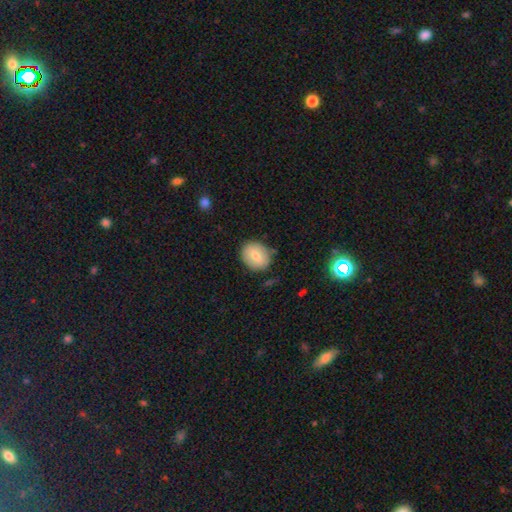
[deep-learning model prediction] smooth-or-featured: smooth: 71% | featured or disk: 21% | star or artifact: 8%
  how-rounded: round: 60% | in between: 39% | cigar-shaped: 1%
  merging: none: 80% | minor disturbance: 15% | major disturbance: 3% | merger: 2%